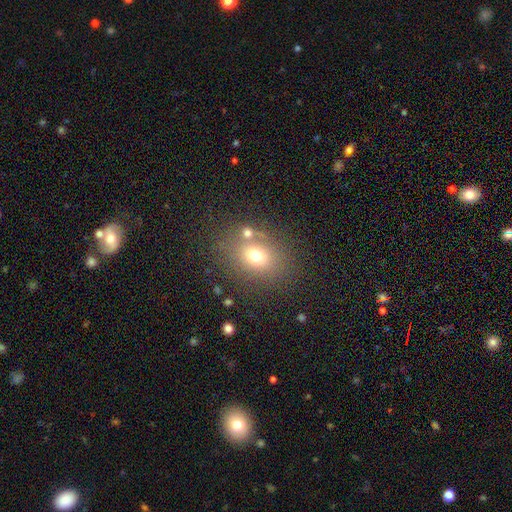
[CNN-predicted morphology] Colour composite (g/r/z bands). It shows a smooth galaxy with no disk features (68%) that is in between round and cigar-shaped (50%). Merging: none (69%).